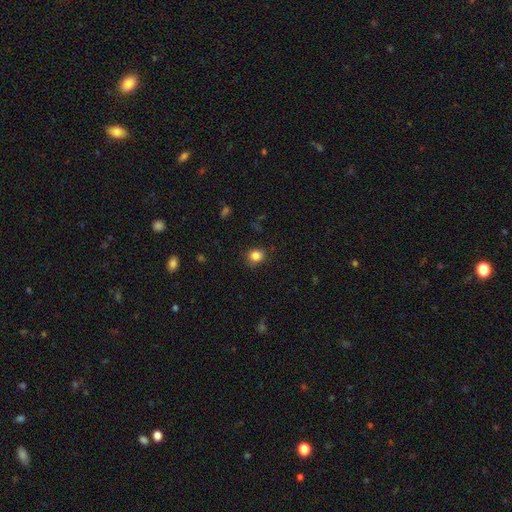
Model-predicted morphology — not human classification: Smooth or featured? Predicted: smooth (p=0.84). How rounded? Predicted: round (p=0.67). Merging? Predicted: none (p=0.81).